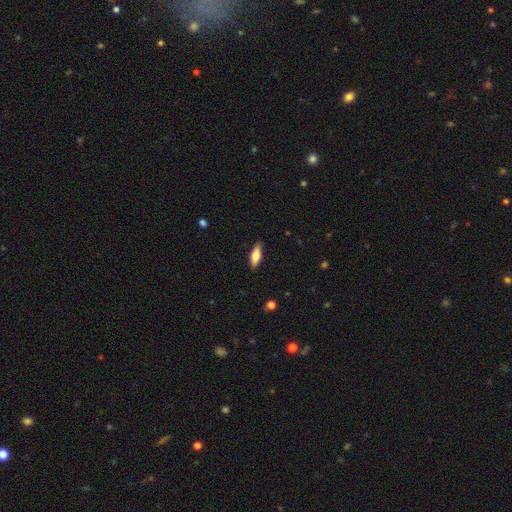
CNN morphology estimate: Smooth or featured?
  - smooth: 68% *
  - featured or disk: 26%
  - star or artifact: 6%
How rounded?
  - in between: 55% *
  - cigar-shaped: 42%
  - round: 2%
Merging?
  - none: 86% *
  - minor disturbance: 11%
  - major disturbance: 2%
  - merger: 1%